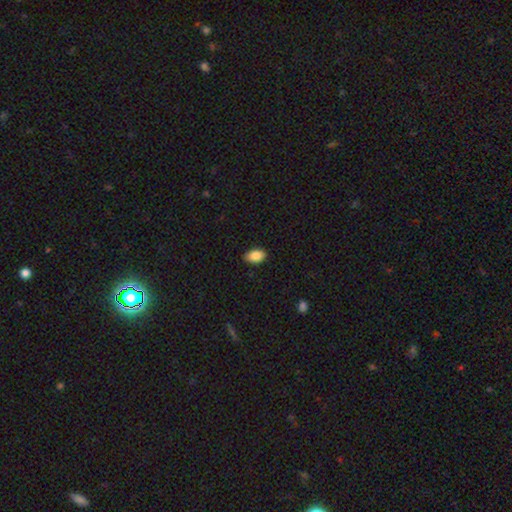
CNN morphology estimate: This appears to be a smooth galaxy with no disk features (87%) that is in between round and cigar-shaped (91%). Merging: none (86%).